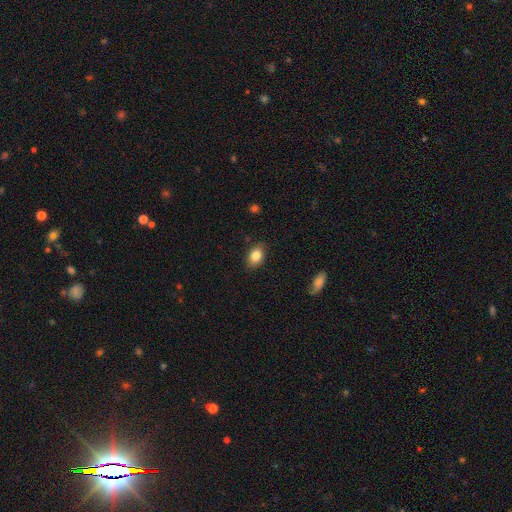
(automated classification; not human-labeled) Overall: smooth (84%). How rounded: in between (81%). Merging: none (85%).